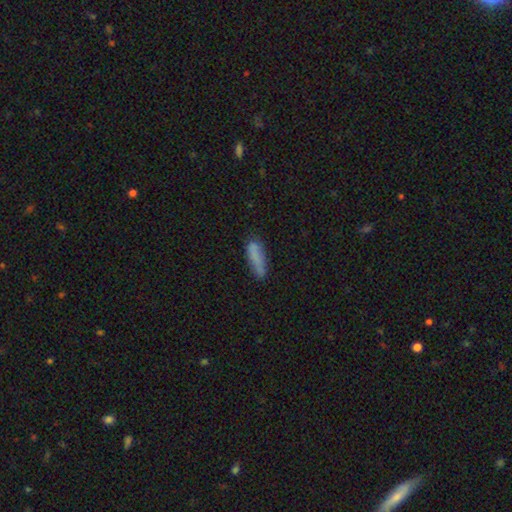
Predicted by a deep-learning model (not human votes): This appears to be a smooth galaxy with no disk features (81%) that is cigar-shaped (65%). Merging: none (68%).